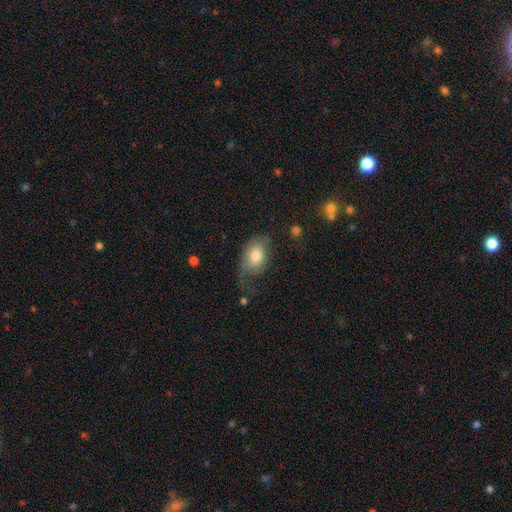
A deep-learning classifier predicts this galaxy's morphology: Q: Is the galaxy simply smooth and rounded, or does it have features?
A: smooth — 70%.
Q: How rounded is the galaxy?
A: in between — 87%.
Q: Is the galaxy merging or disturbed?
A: none — 37%.